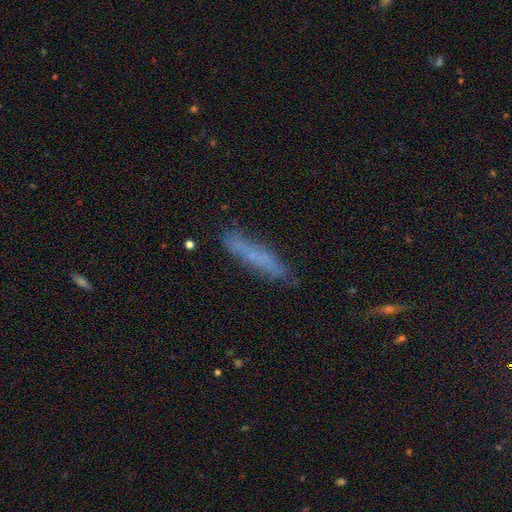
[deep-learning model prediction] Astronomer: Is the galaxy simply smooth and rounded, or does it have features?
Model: smooth — 56% (runner-up: featured or disk, 33%).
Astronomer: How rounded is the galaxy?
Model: cigar-shaped — 91%.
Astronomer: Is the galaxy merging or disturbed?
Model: none — 80%.